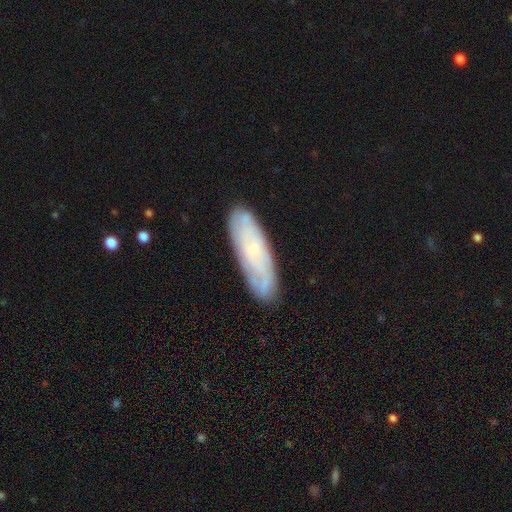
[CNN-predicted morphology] type=featured or disk (55%); edge-on=no (75%); merging=none (84%).